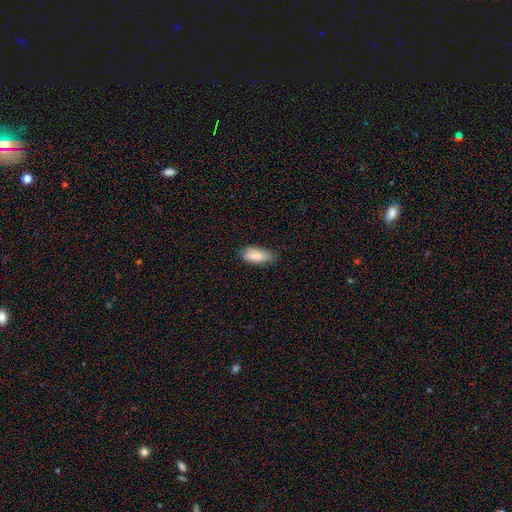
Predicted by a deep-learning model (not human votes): This appears to be a smooth galaxy with no disk features (84%) that is in between round and cigar-shaped (80%). Merging: none (64%).